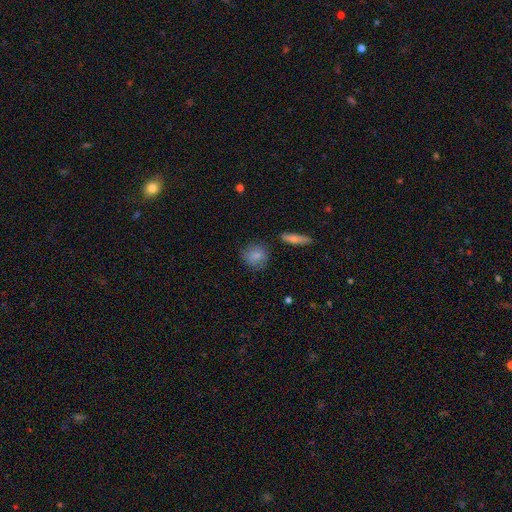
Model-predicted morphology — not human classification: A smooth galaxy with no disk features (84%) that is round (78%).

Vote fractions:
- Smooth or featured? smooth: 84% / featured or disk: 9% / star or artifact: 8%
- How rounded? round: 78% / in between: 19% / cigar-shaped: 2%
- Merging? none: 79% / minor disturbance: 14% / major disturbance: 3% / merger: 3%